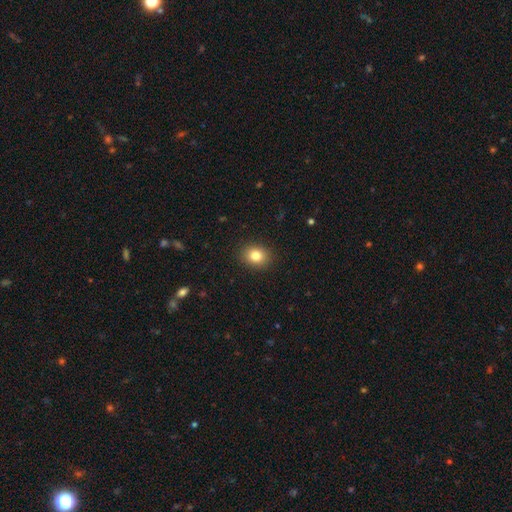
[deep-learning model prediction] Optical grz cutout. It shows a smooth galaxy with no disk features (82%) that is round (57%). Merging: none (90%).